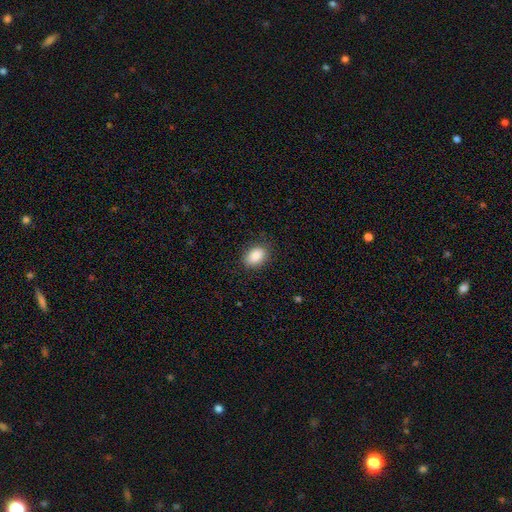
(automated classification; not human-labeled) smooth_or_featured: smooth (p=0.88) [alt: star or artifact p=0.08]
how_rounded: in between (p=0.83) [alt: round p=0.16]
merging: none (p=0.85) [alt: minor disturbance p=0.11]